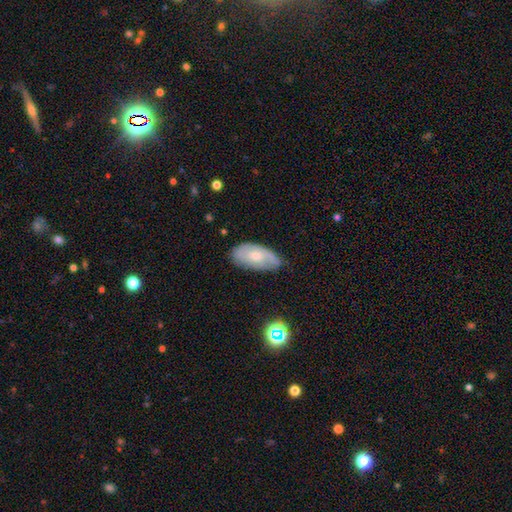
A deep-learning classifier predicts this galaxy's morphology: type=featured or disk (47%); merging=none (65%).